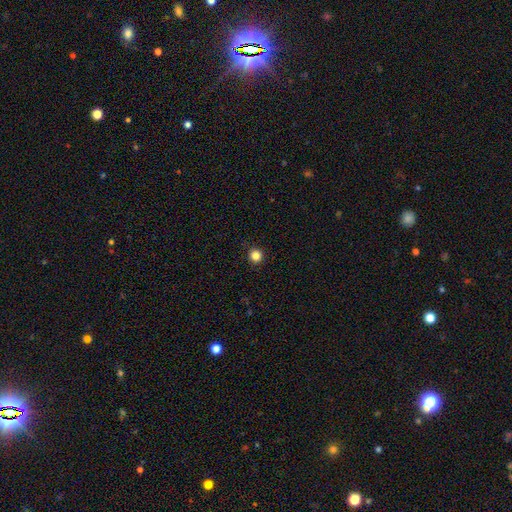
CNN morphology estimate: type=smooth (84%); roundness=round (94%); merging=none (92%).